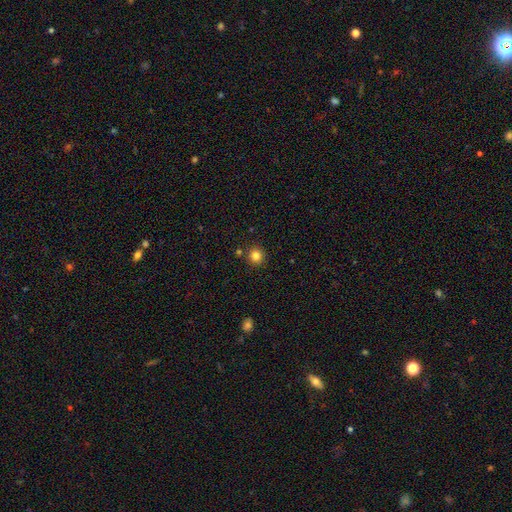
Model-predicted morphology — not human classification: smooth_or_featured: smooth (p=0.82) [alt: star or artifact p=0.13]
how_rounded: round (p=0.92) [alt: in between p=0.07]
merging: none (p=0.86) [alt: minor disturbance p=0.07]